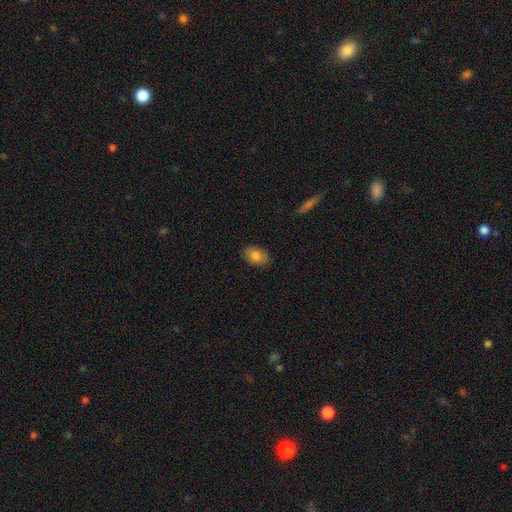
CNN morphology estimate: Smooth or featured: smooth — 83% (featured or disk — 9%)
How rounded: in between — 84% (round — 14%)
Merging: none — 86% (minor disturbance — 10%)